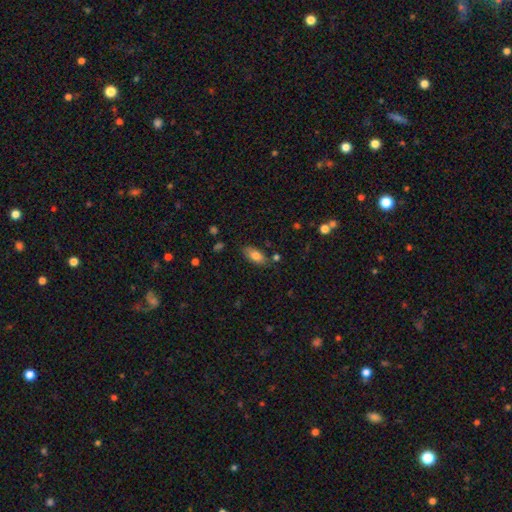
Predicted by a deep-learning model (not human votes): smooth_or_featured: smooth (p=0.80) [alt: featured or disk p=0.12]
how_rounded: in between (p=0.91) [alt: cigar-shaped p=0.06]
merging: none (p=0.77) [alt: minor disturbance p=0.16]